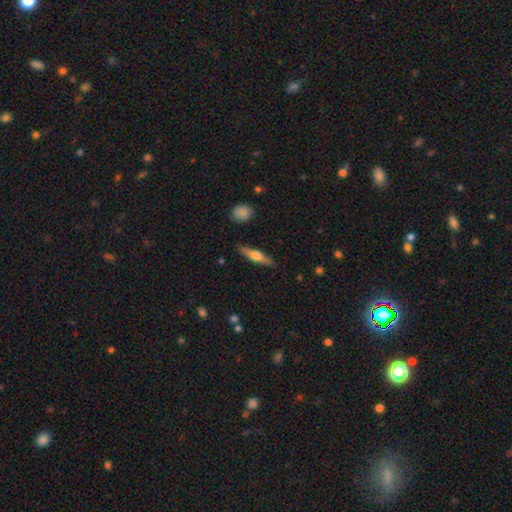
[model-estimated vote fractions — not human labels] smooth_or_featured: smooth (p=0.47) [tied with: featured or disk p=0.47]
merging: none (p=0.87) [alt: minor disturbance p=0.09]